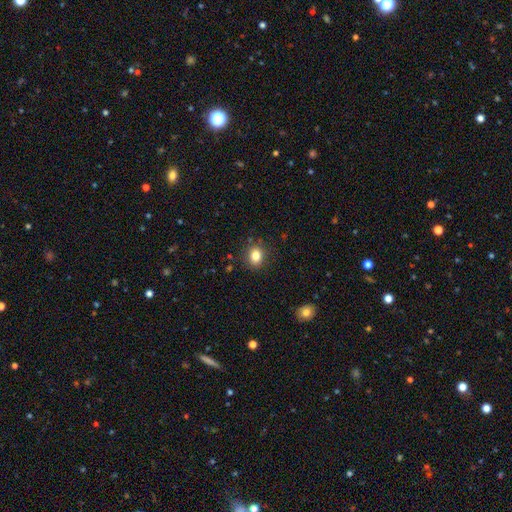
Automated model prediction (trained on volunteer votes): smooth 83%, star or artifact 11%, featured or disk 7%. Down the decision tree: how rounded — round (55%); merging — none (86%).